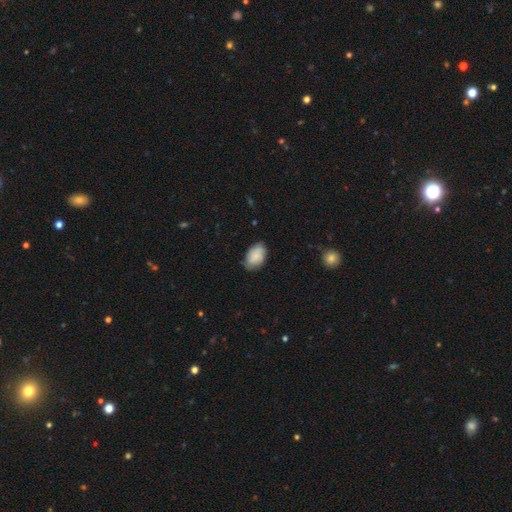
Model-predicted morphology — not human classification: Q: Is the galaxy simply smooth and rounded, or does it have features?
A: smooth — 77%.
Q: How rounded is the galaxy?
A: in between — 91%.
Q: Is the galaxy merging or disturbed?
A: none — 69%.